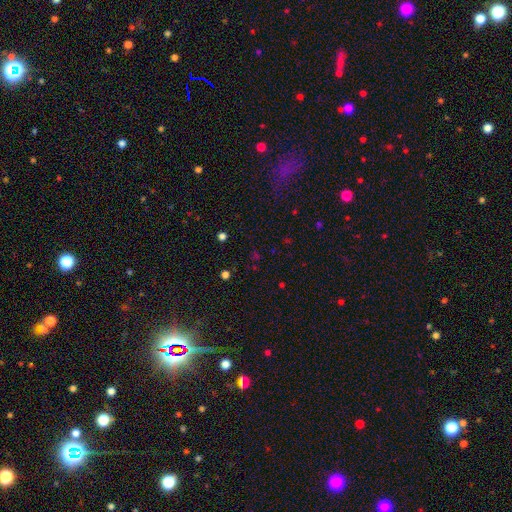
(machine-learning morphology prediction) smooth_or_featured: star or artifact (p=0.57) [alt: smooth p=0.36]